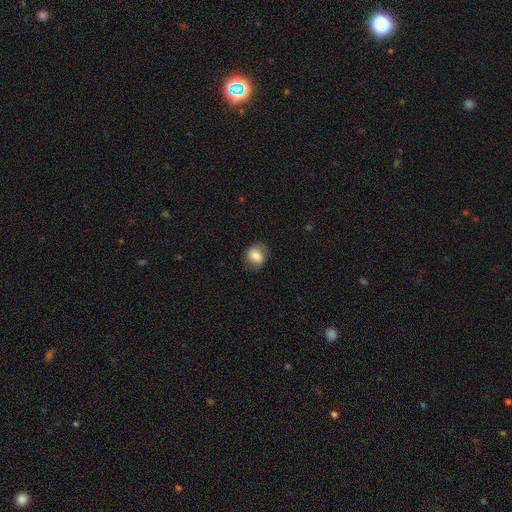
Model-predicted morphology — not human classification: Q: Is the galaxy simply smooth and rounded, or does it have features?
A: smooth — 80%.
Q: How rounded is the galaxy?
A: round — 60%.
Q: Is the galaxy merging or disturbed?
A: none — 77%.